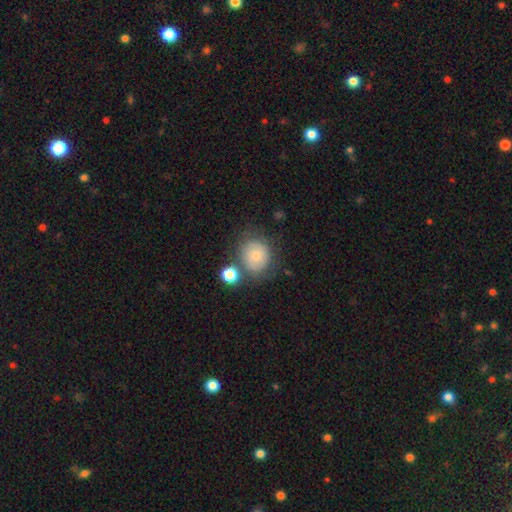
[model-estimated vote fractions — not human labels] A smooth galaxy with no disk features (66%) that is round (82%).

Vote fractions:
- Smooth or featured? smooth: 66% / featured or disk: 24% / star or artifact: 10%
- How rounded? round: 82% / in between: 17% / cigar-shaped: 1%
- Merging? none: 62% / minor disturbance: 18% / merger: 11% / major disturbance: 8%